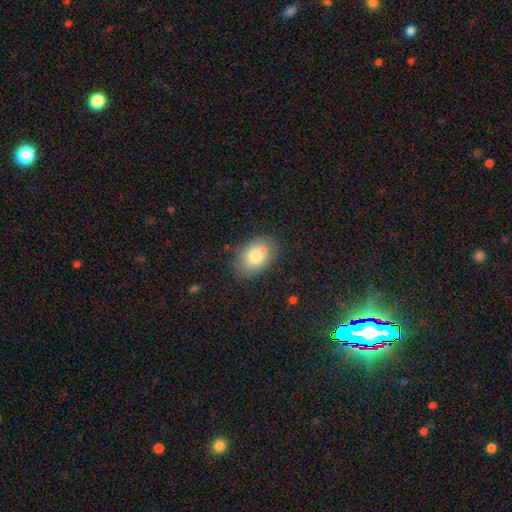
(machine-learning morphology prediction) A smooth galaxy with no disk features (80%) that is in between round and cigar-shaped (83%).

Vote fractions:
- Smooth or featured? smooth: 80% / featured or disk: 12% / star or artifact: 8%
- How rounded? in between: 83% / round: 16% / cigar-shaped: 1%
- Merging? none: 78% / minor disturbance: 16% / major disturbance: 4% / merger: 2%